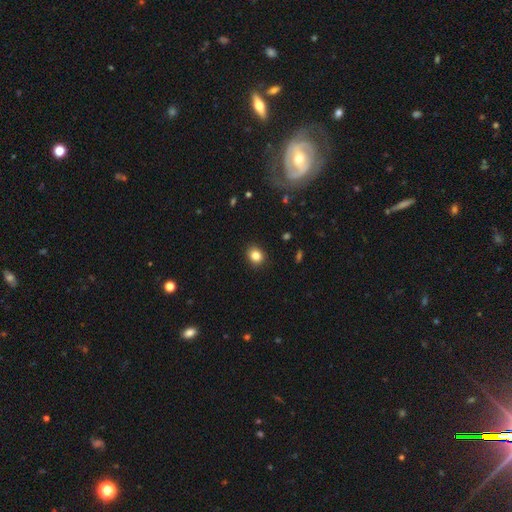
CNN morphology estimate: Overall: smooth (84%). How rounded: round (62%; in between 37%). Merging: none (89%).